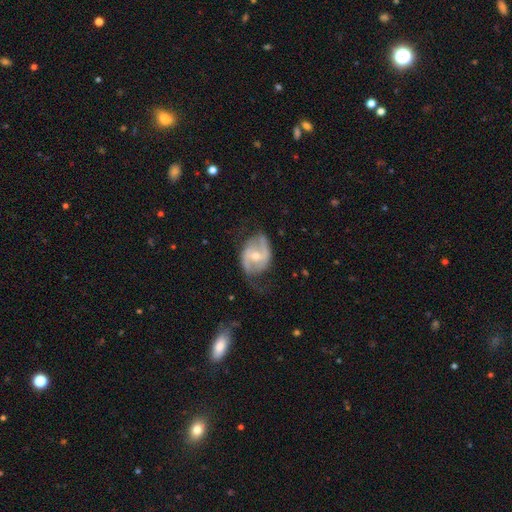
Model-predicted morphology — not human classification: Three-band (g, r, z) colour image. It shows a featured or disk galaxy (81%) with a weak bar (45%), 2 (88%) medium (46%) spiral arms (90%) and a small central bulge (48%, tied with moderate). Merging: none (63%).